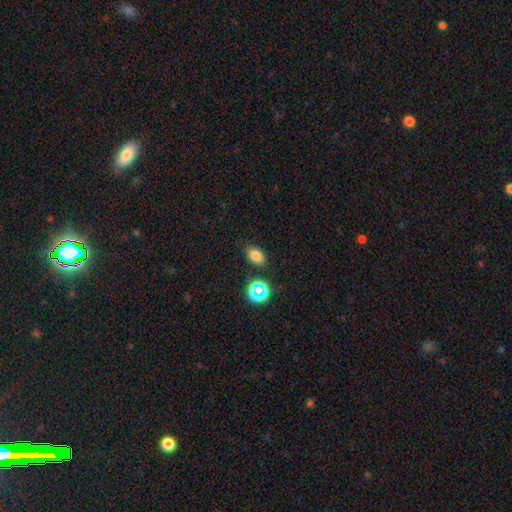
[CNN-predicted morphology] type=smooth (78%); roundness=in between (82%); merging=none (80%).